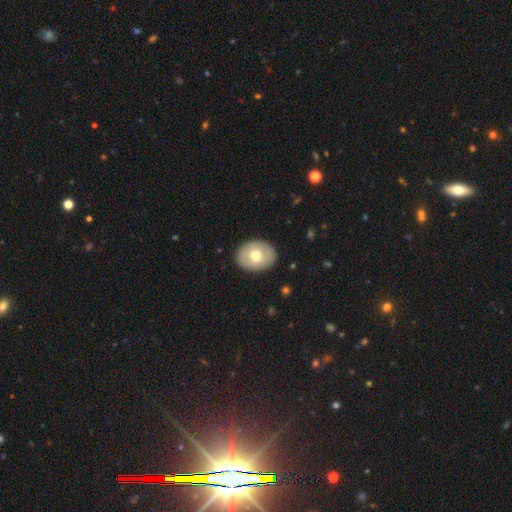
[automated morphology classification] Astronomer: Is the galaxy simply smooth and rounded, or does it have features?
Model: smooth — 65%.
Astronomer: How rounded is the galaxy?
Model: in between — 66%.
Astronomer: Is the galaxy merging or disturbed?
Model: none — 88%.